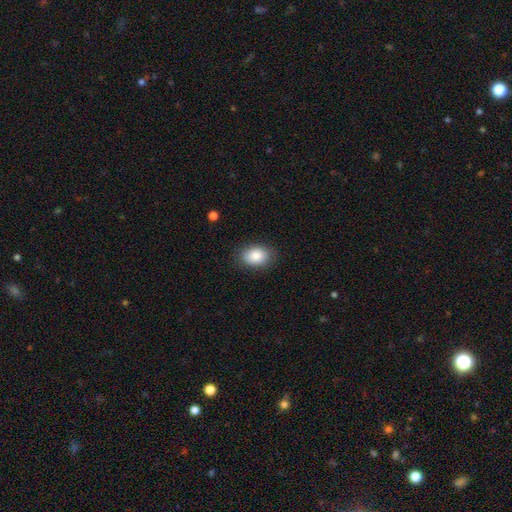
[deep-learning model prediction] Smooth or featured?
  - smooth: 86% *
  - star or artifact: 7%
  - featured or disk: 7%
How rounded?
  - in between: 79% *
  - round: 20%
  - cigar-shaped: 1%
Merging?
  - none: 86% *
  - minor disturbance: 11%
  - major disturbance: 3%
  - merger: 1%